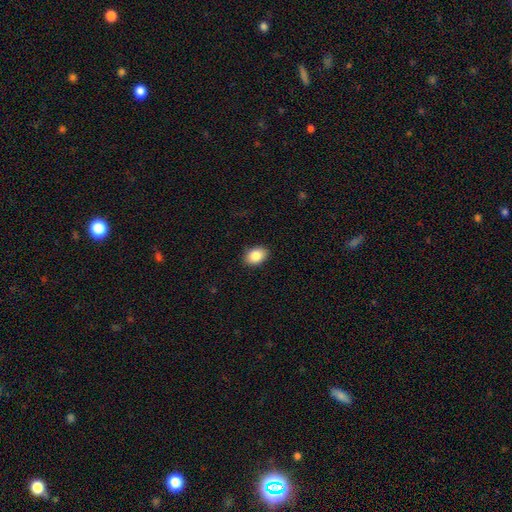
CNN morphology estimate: The model was most divided on "how rounded": in between: 80%, round: 19%, cigar-shaped: 1%. More confident: merging — none (89%); smooth or featured — smooth (86%).